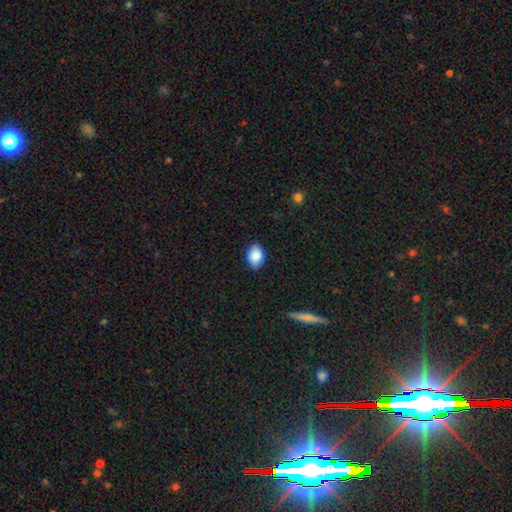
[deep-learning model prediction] Morphology: type=smooth (87%); roundness=in between (83%); merging=none (87%).